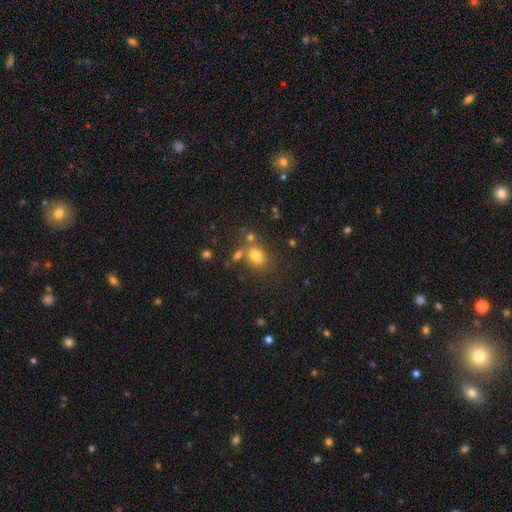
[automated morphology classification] Overall: smooth (76%). How rounded: in between (54%; round 45%). Merging: none (62%).